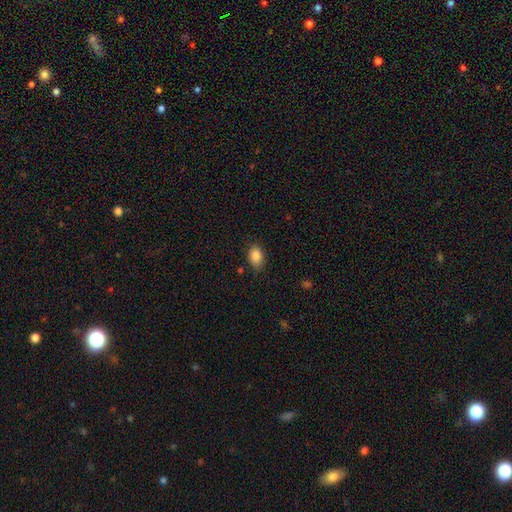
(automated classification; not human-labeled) Morphology: type=smooth (88%); roundness=in between (81%); merging=none (82%).